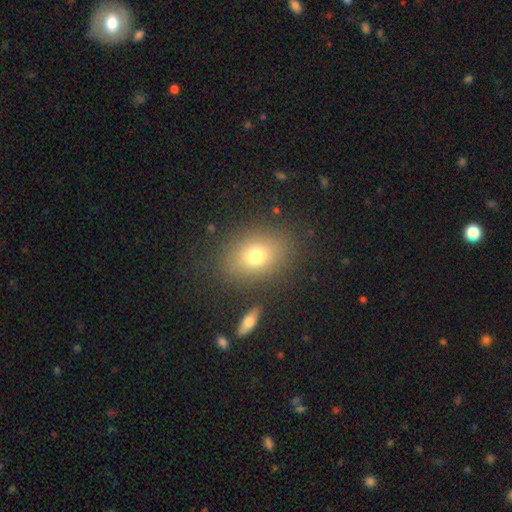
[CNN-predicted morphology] smooth-or-featured: smooth: 74% | featured or disk: 14% | star or artifact: 13%
  how-rounded: in between: 67% | round: 32% | cigar-shaped: 2%
  merging: none: 82% | minor disturbance: 10% | major disturbance: 4% | merger: 3%